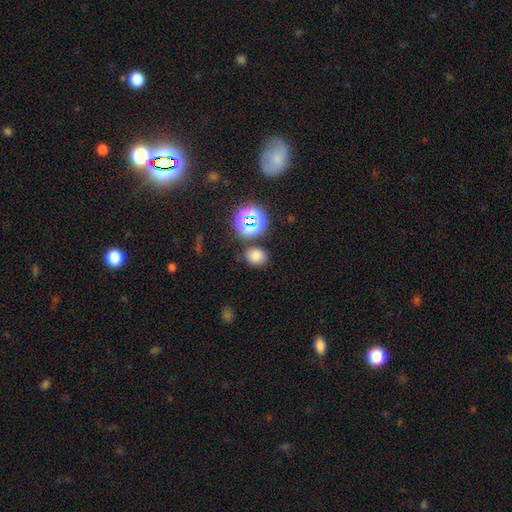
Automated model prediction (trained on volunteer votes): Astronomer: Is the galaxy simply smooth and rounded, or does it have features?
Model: smooth — 74%.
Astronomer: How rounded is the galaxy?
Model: round — 59% (runner-up: in between, 40%).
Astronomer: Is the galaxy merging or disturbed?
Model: none — 79%.